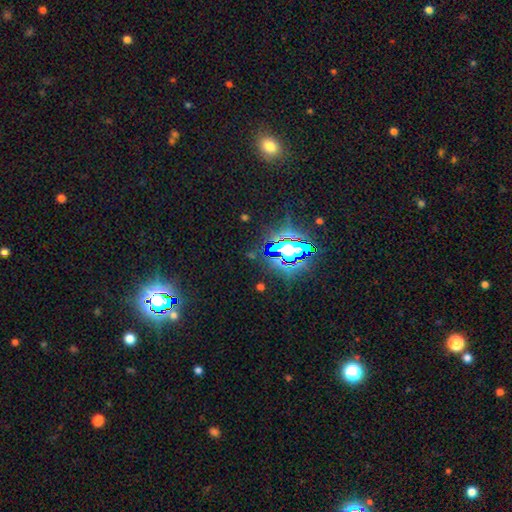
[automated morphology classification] Overall: star or artifact (81%).